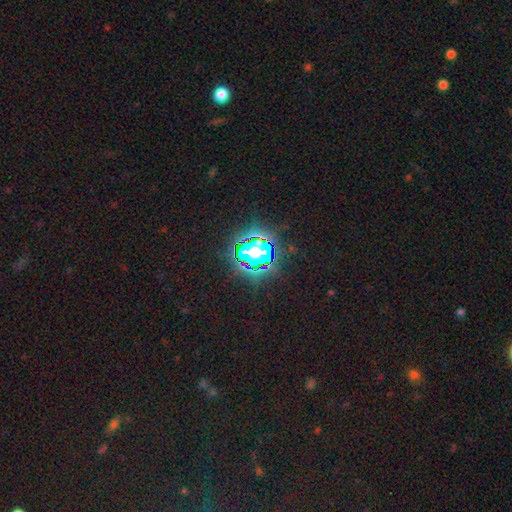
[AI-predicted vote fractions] Smooth or featured? star or artifact (71%)